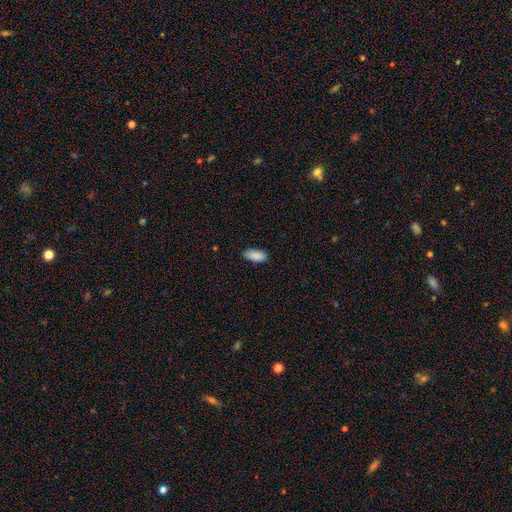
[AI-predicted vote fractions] smooth-or-featured: smooth: 90% | star or artifact: 6% | featured or disk: 4%
  how-rounded: in between: 90% | cigar-shaped: 8% | round: 2%
  merging: none: 86% | minor disturbance: 11% | major disturbance: 2% | merger: 1%